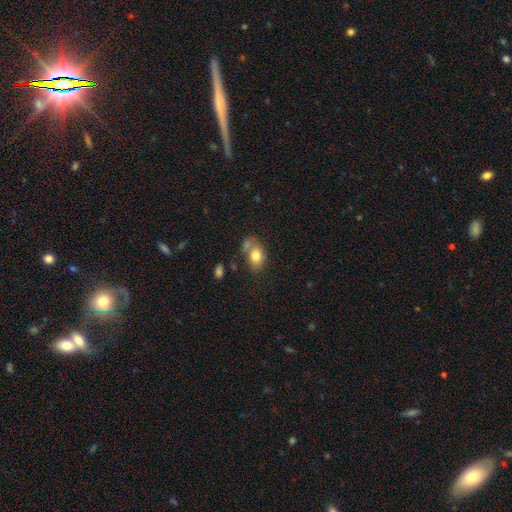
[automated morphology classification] Overall: smooth (77%). How rounded: in between (76%). Merging: none (47%; merger 24%).